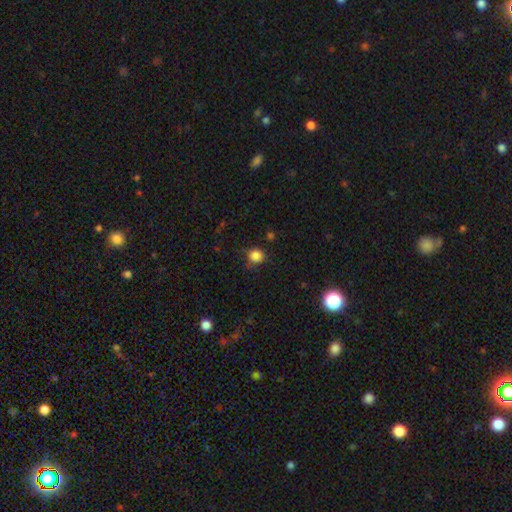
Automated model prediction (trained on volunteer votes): This appears to be a smooth galaxy with no disk features (84%) that is round (88%). Merging: none (76%).